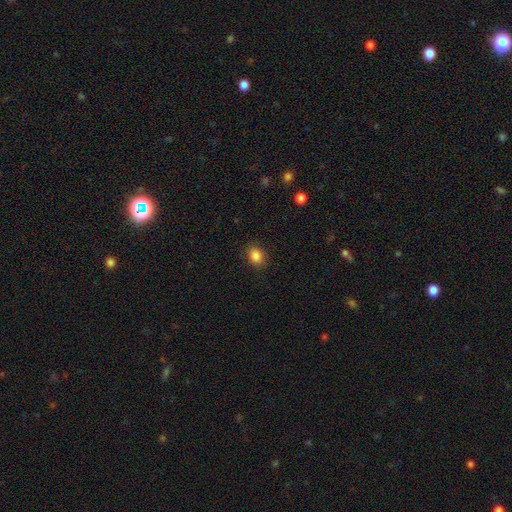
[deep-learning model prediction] Morphology: type=smooth (86%); roundness=in between (67%); merging=none (85%).